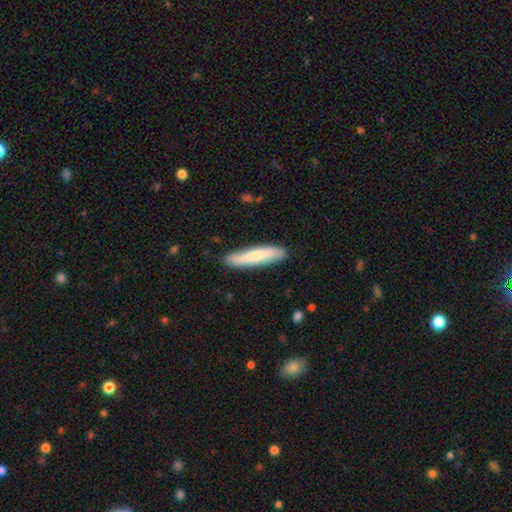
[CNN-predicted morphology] Smooth or featured?
  - smooth: 73% *
  - featured or disk: 21%
  - star or artifact: 5%
How rounded?
  - cigar-shaped: 86% *
  - in between: 12%
  - round: 1%
Merging?
  - none: 86% *
  - minor disturbance: 11%
  - major disturbance: 2%
  - merger: 1%